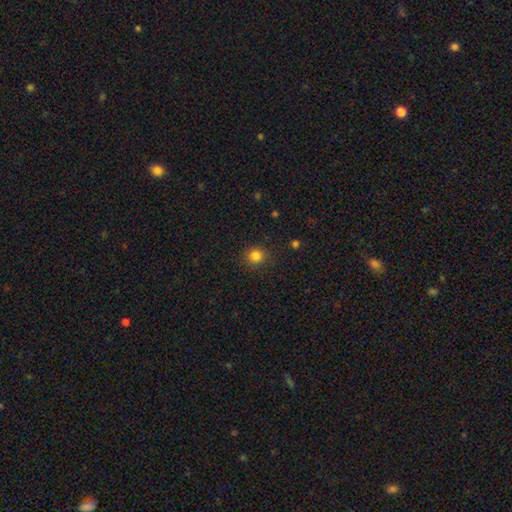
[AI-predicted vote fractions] This appears to be a smooth galaxy with no disk features (83%) that is round (91%). Merging: none (90%).